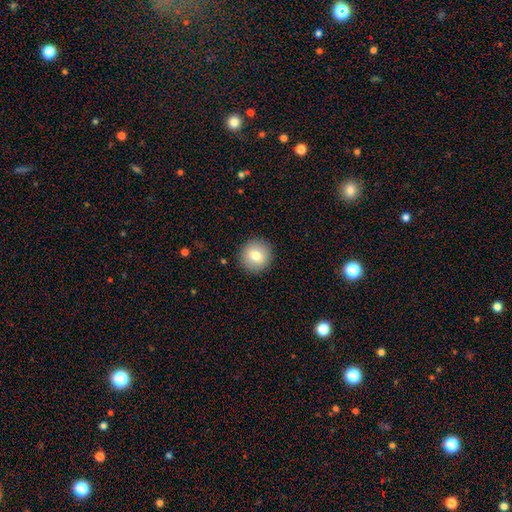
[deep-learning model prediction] Smooth or featured? Predicted: smooth (p=0.78). How rounded? Predicted: round (p=0.94). Merging? Predicted: none (p=0.91).